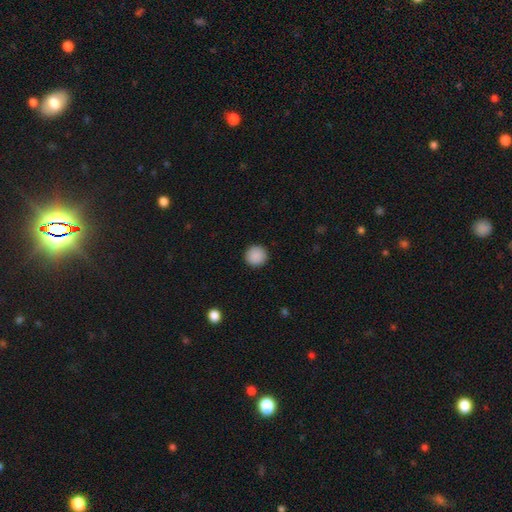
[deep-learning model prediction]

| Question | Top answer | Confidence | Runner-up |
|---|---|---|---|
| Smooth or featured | smooth | 90% | star or artifact (8%) |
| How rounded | round | 95% | in between (4%) |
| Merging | none | 93% | minor disturbance (5%) |